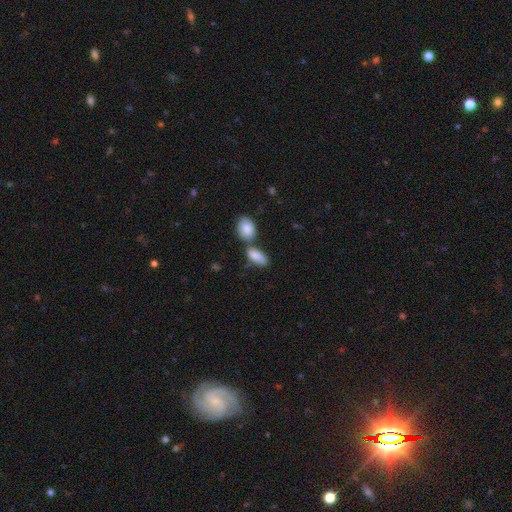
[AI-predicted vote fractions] smooth-or-featured: smooth: 86% | featured or disk: 8% | star or artifact: 7%
  how-rounded: in between: 87% | cigar-shaped: 8% | round: 5%
  merging: none: 44% | merger: 38% | minor disturbance: 13% | major disturbance: 5%